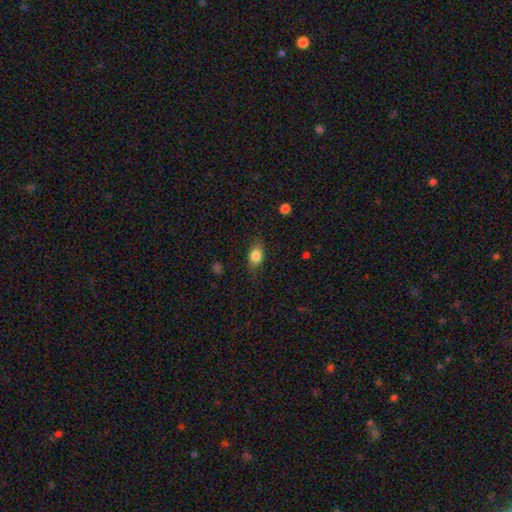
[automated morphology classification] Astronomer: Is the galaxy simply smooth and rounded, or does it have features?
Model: smooth — 79%.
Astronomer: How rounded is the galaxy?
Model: in between — 73%.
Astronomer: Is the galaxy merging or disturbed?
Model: none — 76%.